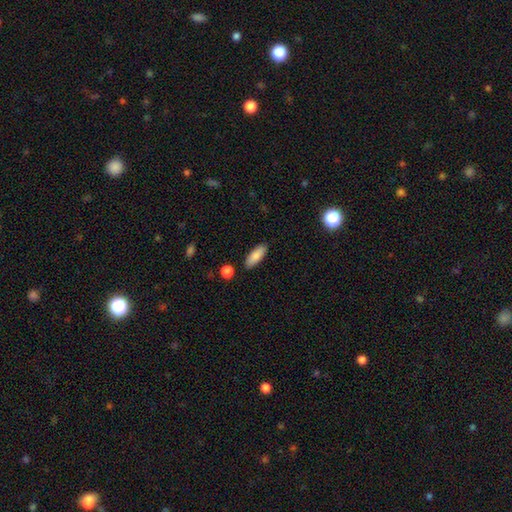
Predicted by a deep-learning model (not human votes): Q: Smooth or featured?
A: smooth (85%); runner-up: featured or disk (9%)
Q: How rounded?
A: in between (69%); runner-up: cigar-shaped (29%)
Q: Merging?
A: none (87%); runner-up: minor disturbance (9%)